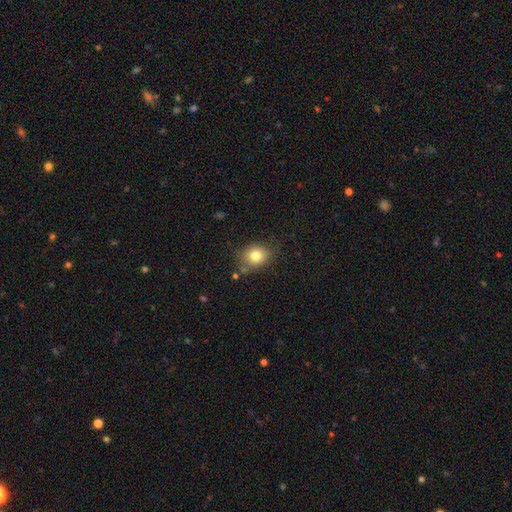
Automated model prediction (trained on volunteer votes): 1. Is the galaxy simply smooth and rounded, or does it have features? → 80% smooth, 10% star or artifact, 10% featured or disk.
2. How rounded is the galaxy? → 60% round, 39% in between, 1% cigar-shaped.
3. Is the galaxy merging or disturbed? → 73% none, 18% minor disturbance, 5% major disturbance, 5% merger.